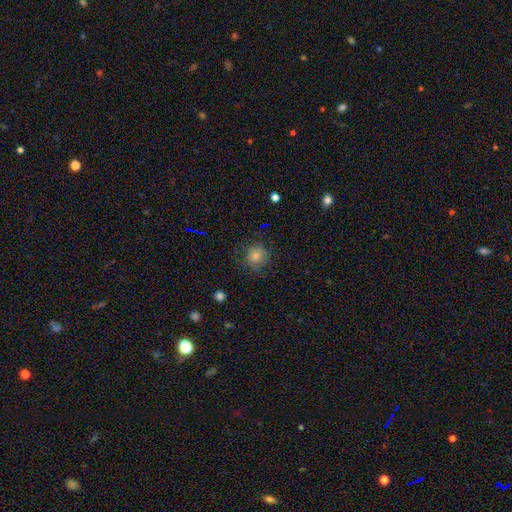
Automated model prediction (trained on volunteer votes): Smooth or featured? smooth (69%)
How rounded? round (91%)
Merging? none (80%)